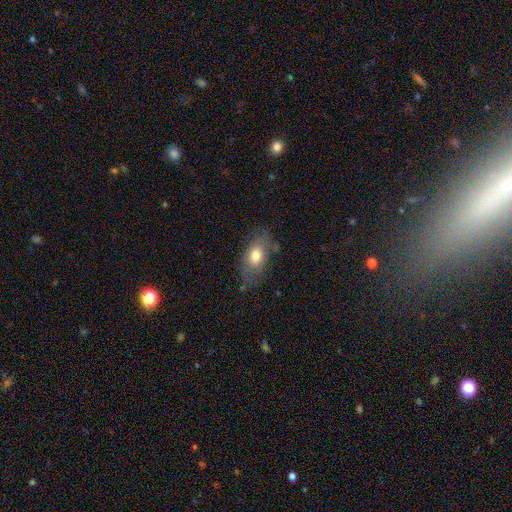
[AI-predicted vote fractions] smooth-or-featured: smooth: 58% | featured or disk: 34% | star or artifact: 7%
  how-rounded: in between: 88% | round: 9% | cigar-shaped: 3%
  merging: none: 63% | minor disturbance: 24% | major disturbance: 10% | merger: 2%